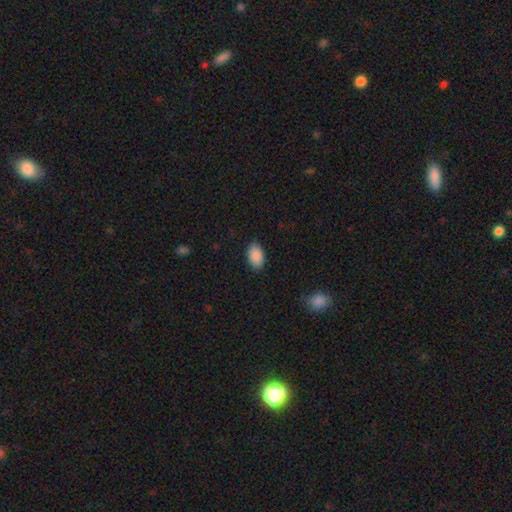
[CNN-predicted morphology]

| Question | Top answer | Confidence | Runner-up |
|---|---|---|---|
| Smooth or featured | smooth | 90% | star or artifact (7%) |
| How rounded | in between | 93% | round (6%) |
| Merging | none | 86% | minor disturbance (11%) |